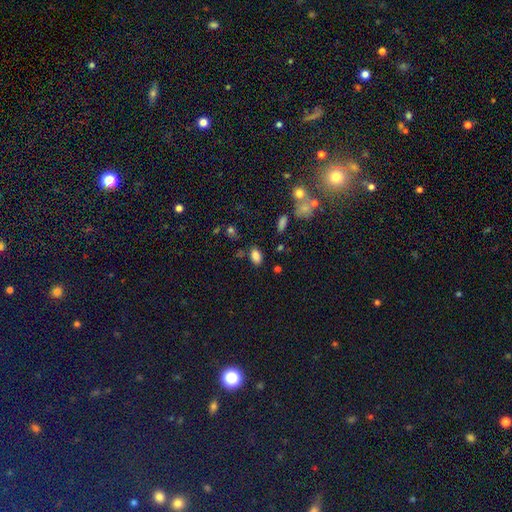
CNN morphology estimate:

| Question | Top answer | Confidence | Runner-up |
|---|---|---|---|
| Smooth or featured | smooth | 82% | star or artifact (12%) |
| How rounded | in between | 90% | round (8%) |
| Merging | none | 79% | minor disturbance (13%) |